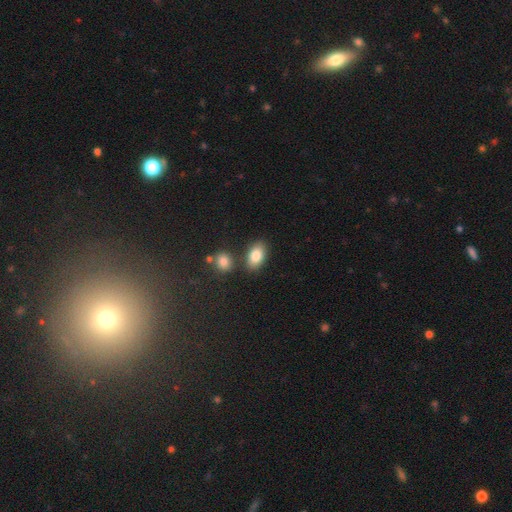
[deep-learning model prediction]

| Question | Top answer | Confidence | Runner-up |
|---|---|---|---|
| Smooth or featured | smooth | 84% | featured or disk (8%) |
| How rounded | in between | 91% | round (7%) |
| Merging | none | 74% | merger (11%) |